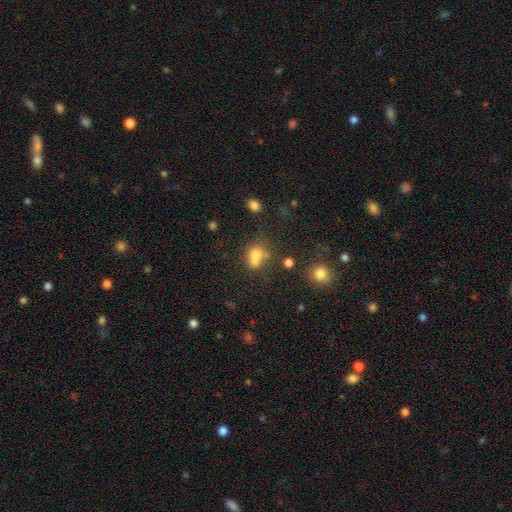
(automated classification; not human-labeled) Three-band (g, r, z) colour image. It shows a smooth galaxy with no disk features (72%) that is in between round and cigar-shaped (62%). Merging: none (38%).